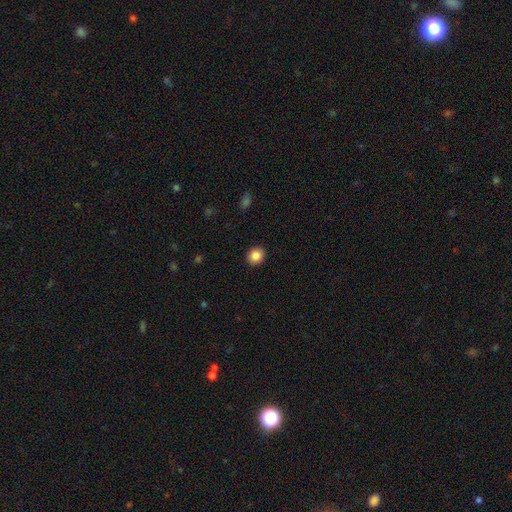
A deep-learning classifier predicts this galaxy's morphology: This appears to be a smooth galaxy with no disk features (86%) that is round (74%). Merging: none (92%).